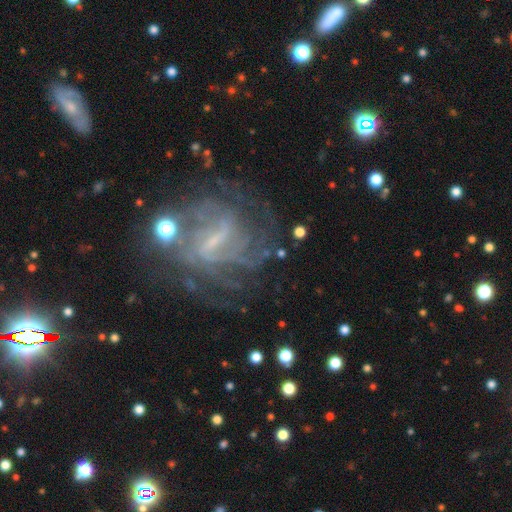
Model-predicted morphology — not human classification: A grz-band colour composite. It shows a featured or disk galaxy (81%) with a weak bar (44%), tight (43%) spiral arms (88%) and a small central bulge (51%). Merging: none (59%).